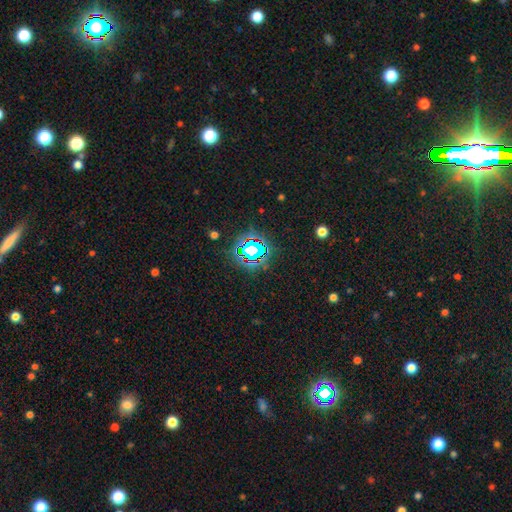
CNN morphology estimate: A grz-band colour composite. It shows a star or artifact, not a galaxy (74%).